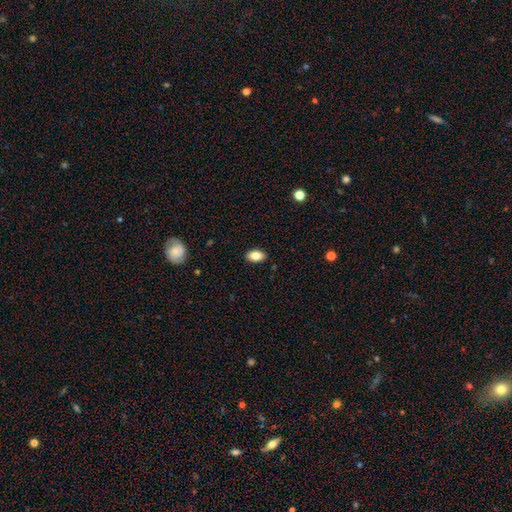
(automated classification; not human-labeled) Smooth or featured? smooth (83%)
How rounded? in between (91%)
Merging? none (89%)